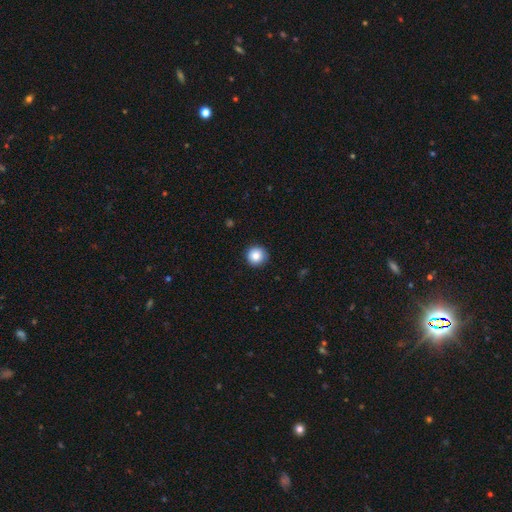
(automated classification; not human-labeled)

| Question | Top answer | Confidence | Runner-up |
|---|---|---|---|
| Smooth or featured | smooth | 85% | star or artifact (9%) |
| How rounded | round | 96% | in between (3%) |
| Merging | none | 91% | minor disturbance (6%) |